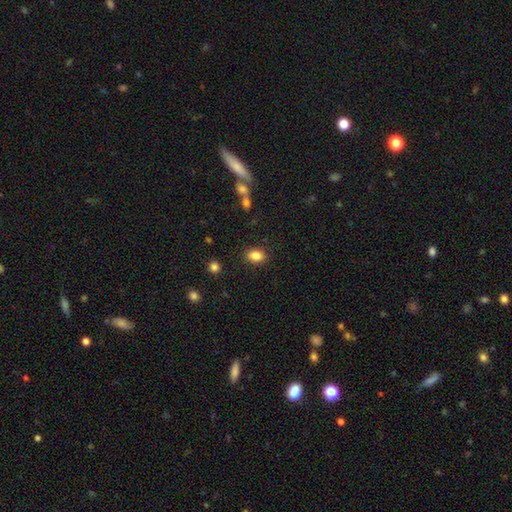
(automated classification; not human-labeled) Q: Smooth or featured?
A: smooth (85%); runner-up: star or artifact (9%)
Q: How rounded?
A: in between (73%); runner-up: round (26%)
Q: Merging?
A: none (86%); runner-up: minor disturbance (9%)